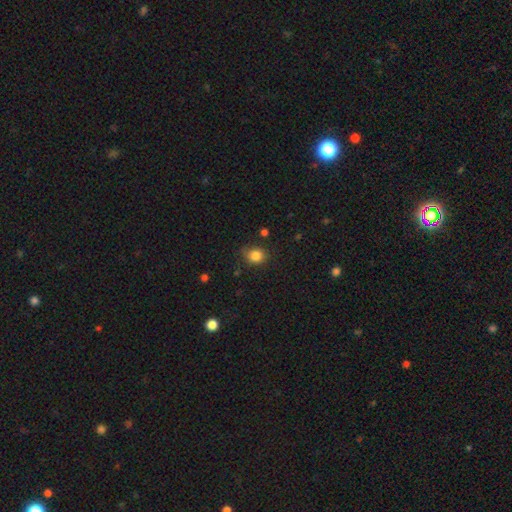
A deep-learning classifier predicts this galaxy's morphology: type=smooth (83%); roundness=round (71%); merging=none (76%).